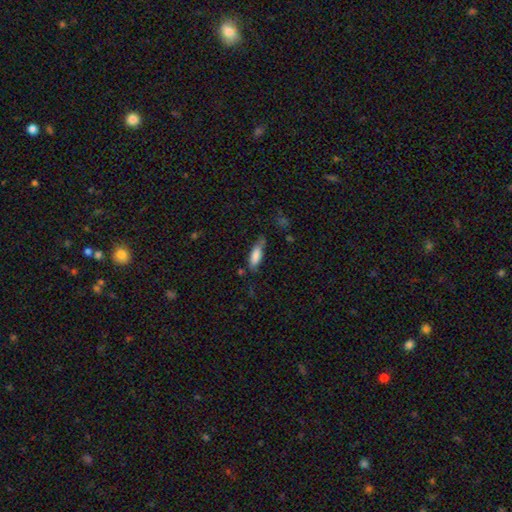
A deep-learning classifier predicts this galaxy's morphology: This is clearly a smooth galaxy (82%). How rounded: possibly in between (59%). Merging: possibly none (59%).